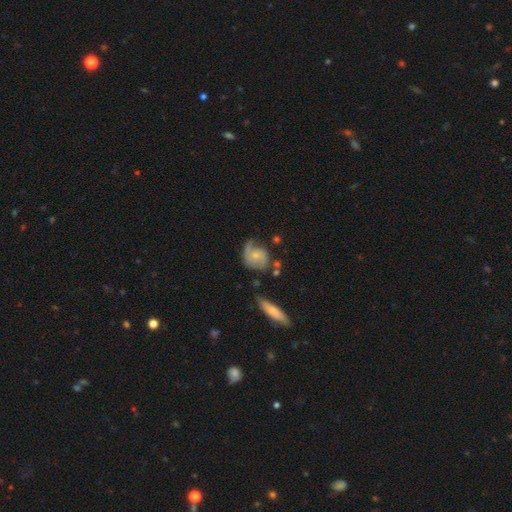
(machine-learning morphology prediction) Overall: featured or disk (61%; smooth 32%). Edge-on disk: no (96%). Bar: no (73%). Spiral arms: yes (86%). Spiral arm count: 1 (47%; 2 38%). Spiral winding: medium (37%; tight 34%). Bulge size: small (60%; moderate 31%). Merging: none (49%; minor disturbance 27%).